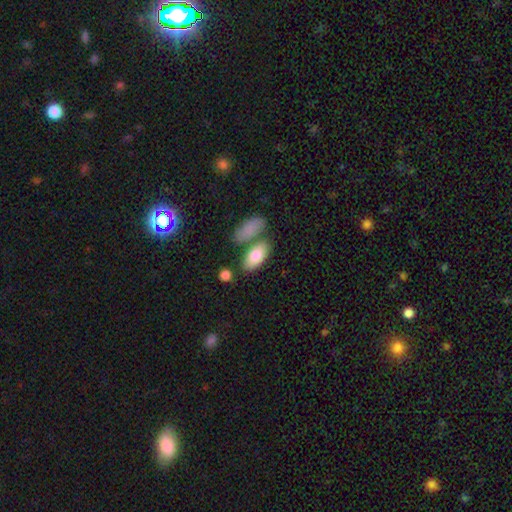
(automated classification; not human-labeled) This appears to be a smooth galaxy with no disk features (82%) that is in between round and cigar-shaped (90%). Merging: none (62%).